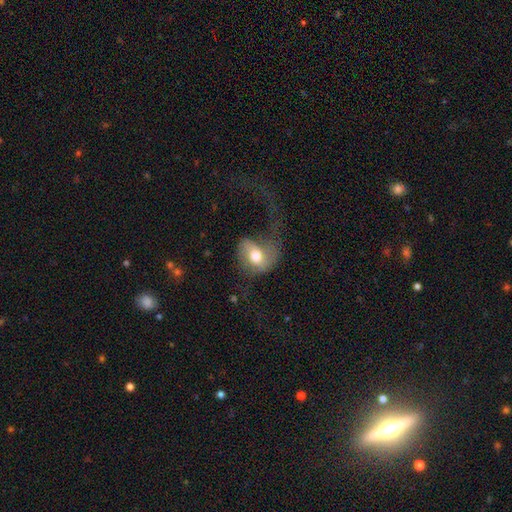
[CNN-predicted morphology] Overall: smooth (50%; featured or disk 42%). How rounded: in between (68%; round 30%). Merging: major disturbance (53%; none 24%).